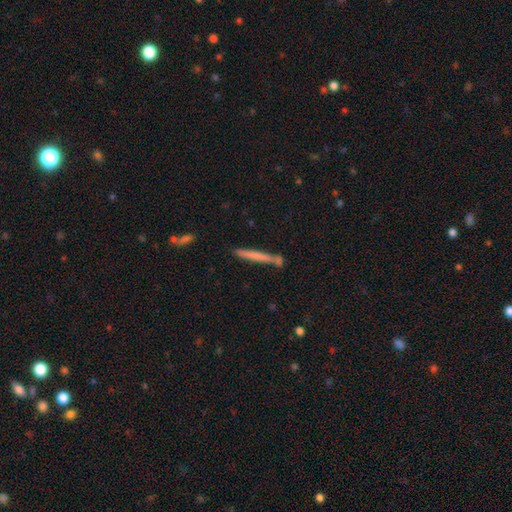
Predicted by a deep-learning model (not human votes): Morphology: type=smooth (62%); roundness=cigar-shaped (96%); merging=none (74%).